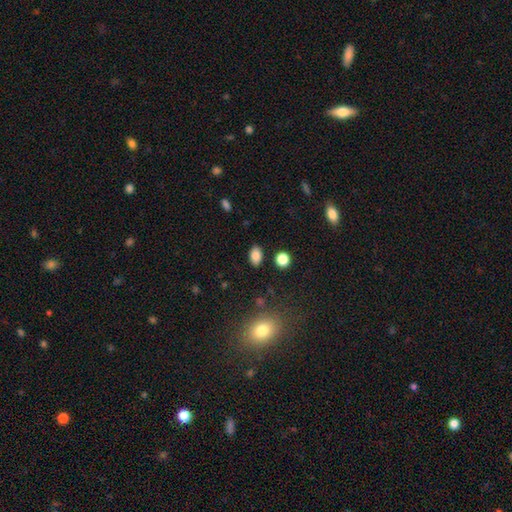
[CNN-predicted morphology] Smooth or featured? Predicted: smooth (p=0.84). How rounded? Predicted: in between (p=0.84). Merging? Predicted: none (p=0.85).